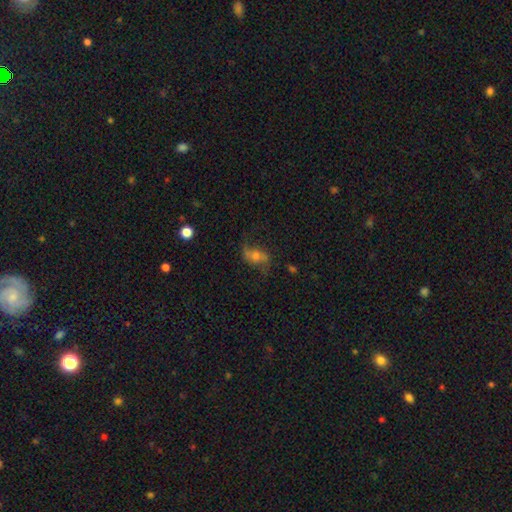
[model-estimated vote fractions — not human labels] smooth_or_featured: featured or disk (p=0.71) [alt: smooth p=0.17]
disk_edge_on: no (p=0.95) [alt: yes p=0.05]
bar: no (p=0.57) [alt: weak p=0.30]
has_spiral_arms: yes (p=0.91) [alt: no p=0.09]
spiral_winding: loose (p=0.79) [alt: medium p=0.17]
spiral_arm_count: 2 (p=0.91) [alt: can't tell p=0.03]
bulge_size: moderate (p=0.55) [alt: small p=0.33]
merging: none (p=0.71) [alt: minor disturbance p=0.16]